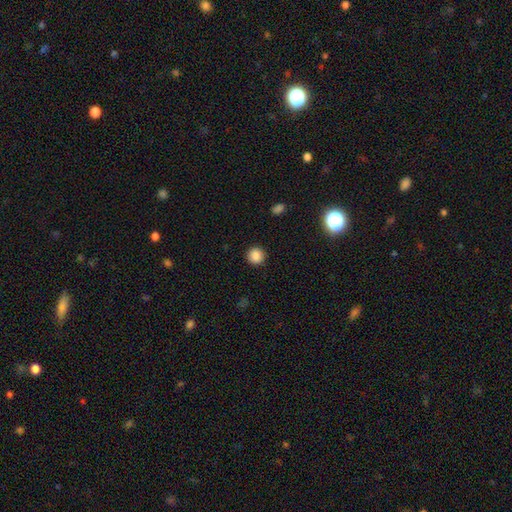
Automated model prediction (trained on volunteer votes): A smooth galaxy with no disk features (86%) that is round (94%). Merging: none (91%).